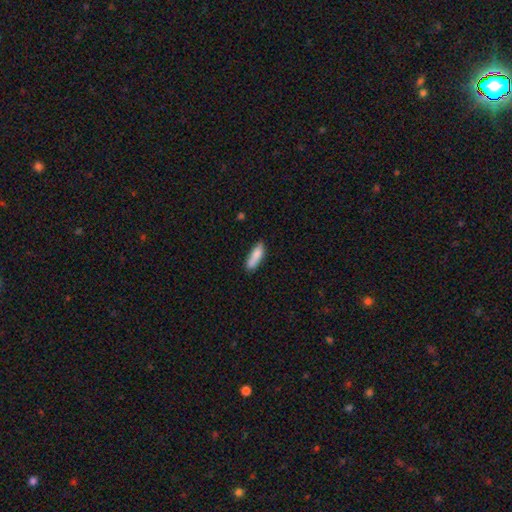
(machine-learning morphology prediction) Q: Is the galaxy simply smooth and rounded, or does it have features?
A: smooth — 81%.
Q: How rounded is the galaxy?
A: cigar-shaped — 57%.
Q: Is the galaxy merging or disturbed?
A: none — 68%.